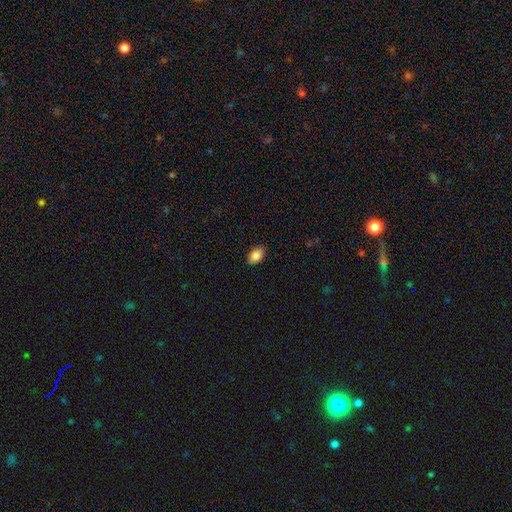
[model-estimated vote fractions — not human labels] Smooth or featured: smooth — 85% (star or artifact — 8%)
How rounded: in between — 90% (round — 8%)
Merging: none — 86% (minor disturbance — 11%)